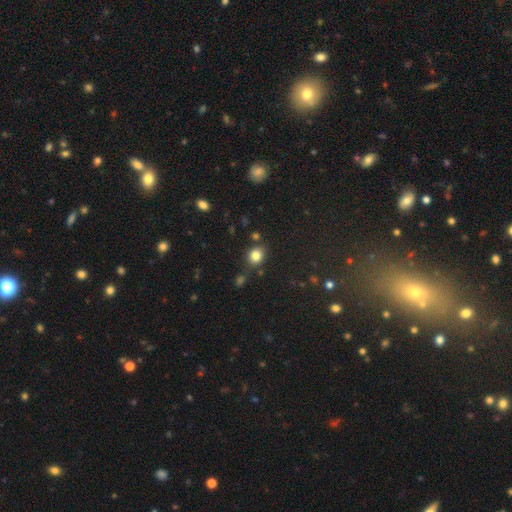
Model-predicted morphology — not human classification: This appears to be a smooth galaxy with no disk features (81%) that is round (69%). Merging: none (78%).